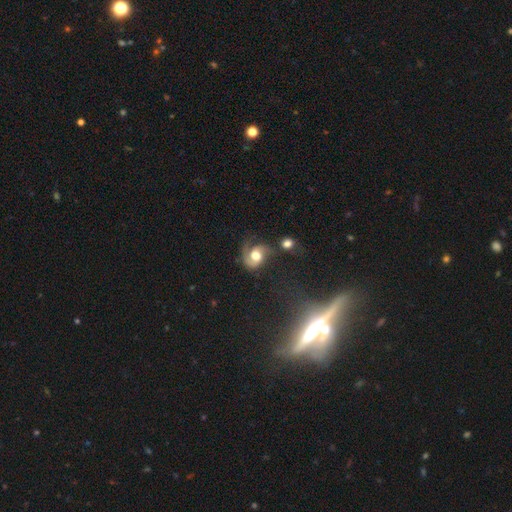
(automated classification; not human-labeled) This is likely a featured or disk galaxy (73%). It is clearly not viewed edge-on (98%). Bar: likely no (67%). Spiral arm pattern: clearly yes (92%). Spiral arm count: likely 2 (71%). Spiral winding: possibly medium (47%). Central bulge: possibly moderate (50%). Merging: marginally none (44%).